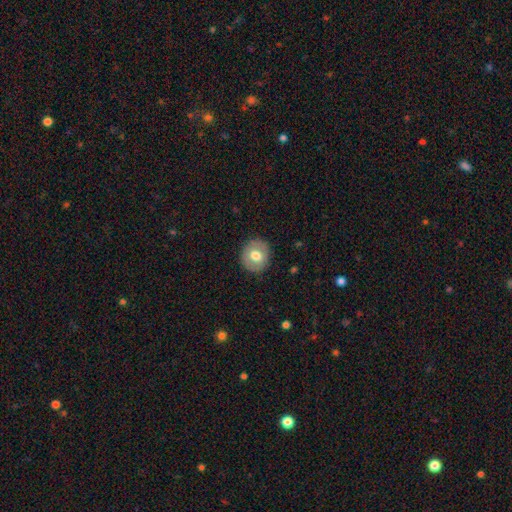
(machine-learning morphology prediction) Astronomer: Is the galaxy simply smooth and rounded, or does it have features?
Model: smooth — 65%.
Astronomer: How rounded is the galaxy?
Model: round — 82%.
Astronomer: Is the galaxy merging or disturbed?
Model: none — 87%.